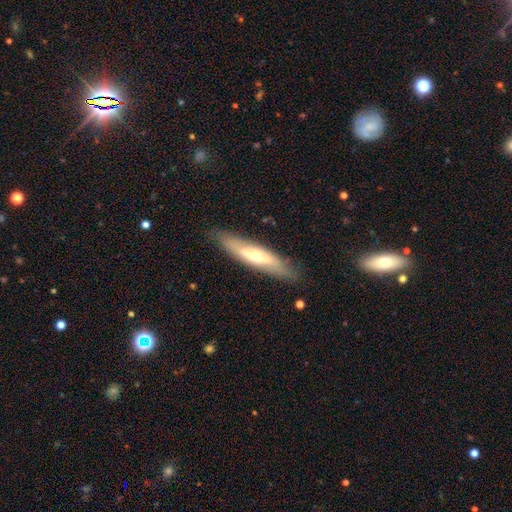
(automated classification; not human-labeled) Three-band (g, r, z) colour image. It shows a featured or disk galaxy (54%) viewed edge-on (61%). Merging: none (84%).